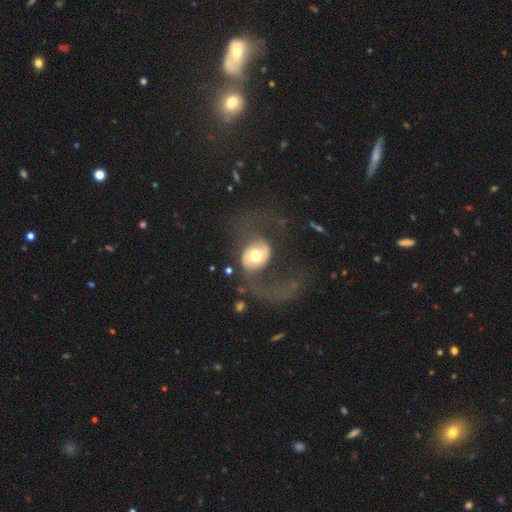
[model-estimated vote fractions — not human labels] Smooth or featured? Predicted: featured or disk (p=0.64). Edge-on disk? Predicted: no (p=0.96). Bar? Predicted: no (p=0.69). Spiral arms? Predicted: yes (p=0.76). Bulge size? Predicted: moderate (p=0.67). Merging? Predicted: major disturbance (p=0.51).